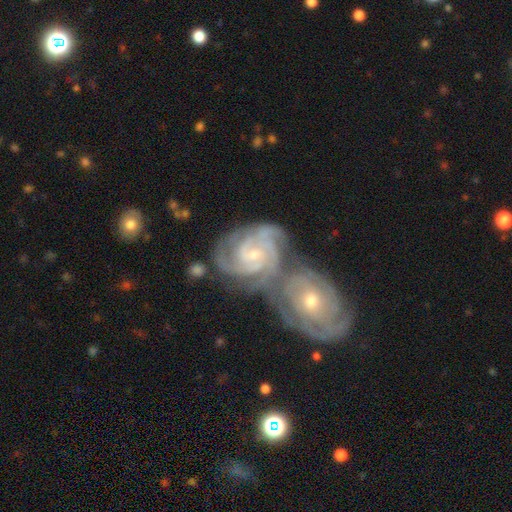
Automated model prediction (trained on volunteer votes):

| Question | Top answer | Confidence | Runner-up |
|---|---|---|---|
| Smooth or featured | featured or disk | 89% | smooth (5%) |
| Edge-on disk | no | 97% | yes (3%) |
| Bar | no | 59% | weak (30%) |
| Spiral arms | yes | 98% | no (2%) |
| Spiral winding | tight | 73% | medium (24%) |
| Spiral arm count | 3 | 36% | can't tell (20%) |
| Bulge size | small | 64% | moderate (32%) |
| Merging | merger | 63% | none (25%) |